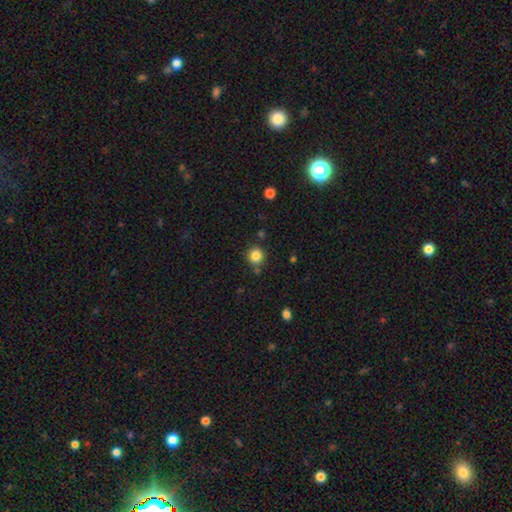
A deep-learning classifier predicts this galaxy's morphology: type=smooth (84%); roundness=round (91%); merging=none (80%).